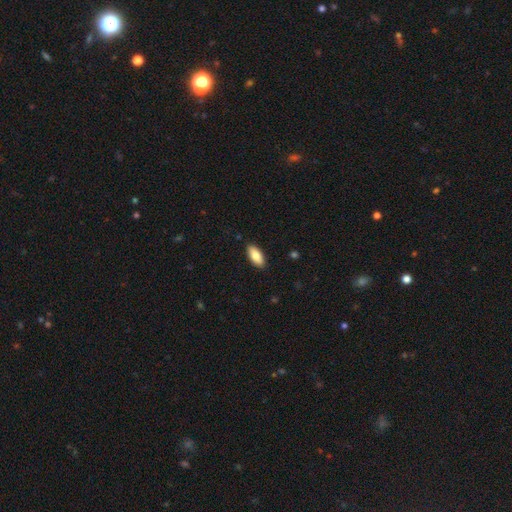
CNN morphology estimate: smooth_or_featured: smooth (p=0.82) [alt: featured or disk p=0.12]
how_rounded: in between (p=0.88) [alt: cigar-shaped p=0.10]
merging: none (p=0.89) [alt: minor disturbance p=0.08]